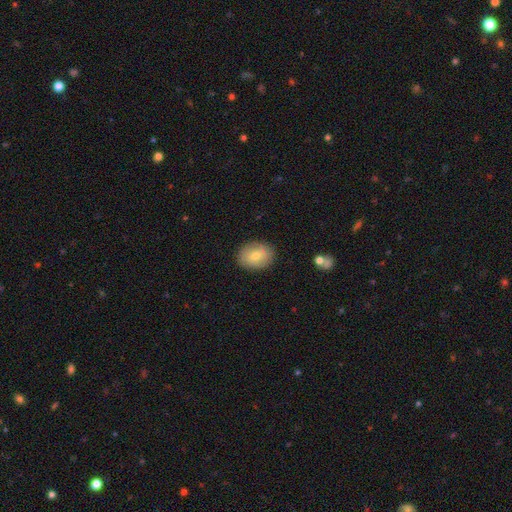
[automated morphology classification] Smooth or featured?
  - smooth: 65% *
  - featured or disk: 26%
  - star or artifact: 9%
How rounded?
  - in between: 62% *
  - round: 37%
  - cigar-shaped: 1%
Merging?
  - none: 86% *
  - minor disturbance: 10%
  - major disturbance: 2%
  - merger: 1%